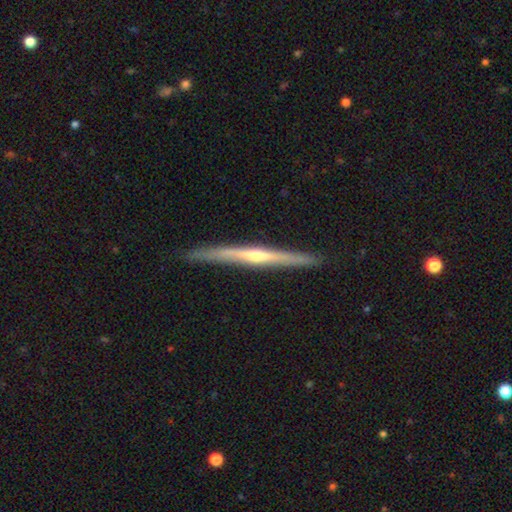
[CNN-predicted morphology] smooth_or_featured: featured or disk (p=0.75) [alt: smooth p=0.20]
disk_edge_on: yes (p=0.98) [alt: no p=0.02]
edge_on_bulge: rounded (p=0.71) [alt: none p=0.24]
merging: none (p=0.90) [alt: minor disturbance p=0.08]